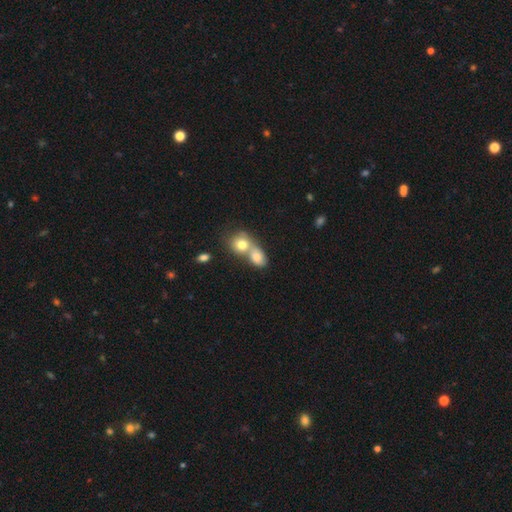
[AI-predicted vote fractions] Smooth or featured? Predicted: smooth (p=0.71). How rounded? Predicted: round (p=0.53). Merging? Predicted: merger (p=0.72).